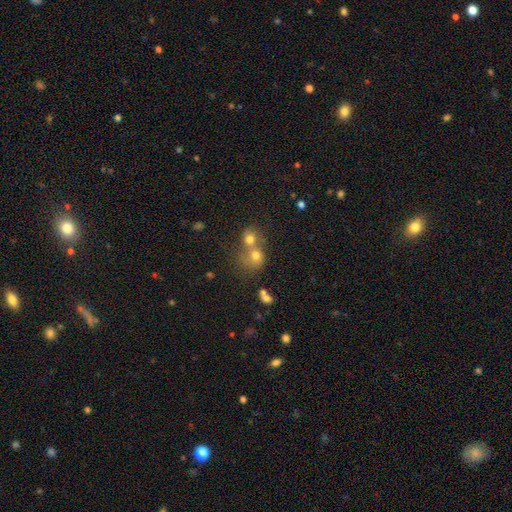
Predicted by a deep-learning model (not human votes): The model was most divided on "merging": merger: 61%, none: 29%, minor disturbance: 6%, major disturbance: 4%. More confident: smooth or featured — smooth (71%); how rounded — round (71%).